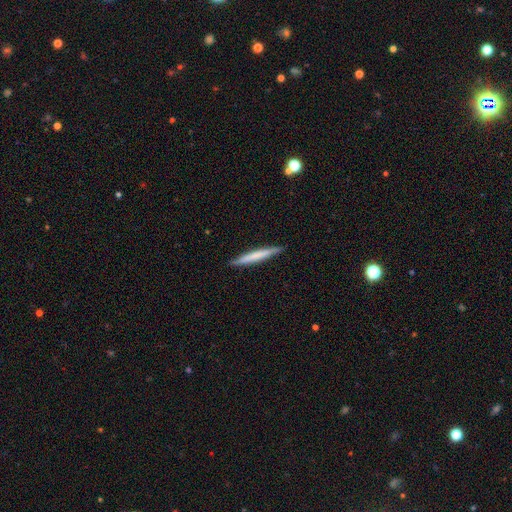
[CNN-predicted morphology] A smooth galaxy with no disk features (61%) that is cigar-shaped (96%). Merging: none (89%).